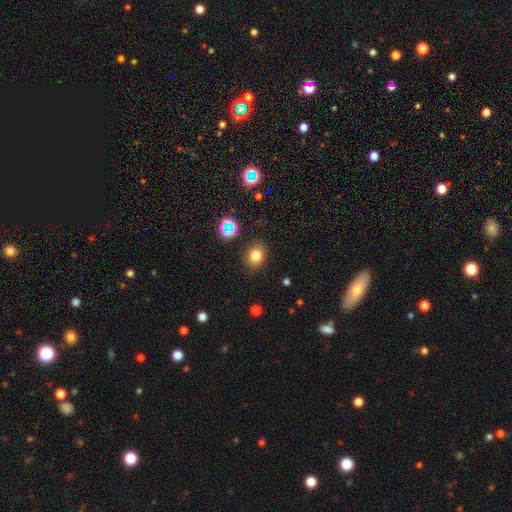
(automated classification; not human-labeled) Overall: smooth (78%). How rounded: round (52%; in between 47%). Merging: none (86%).